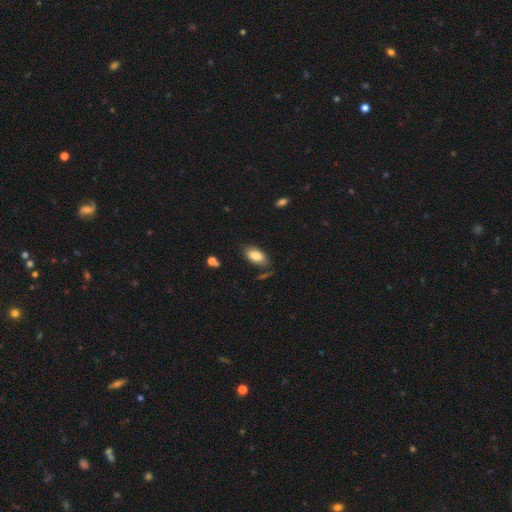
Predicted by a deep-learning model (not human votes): This is clearly a smooth galaxy (83%). How rounded: clearly in between (93%). Merging: likely none (78%).